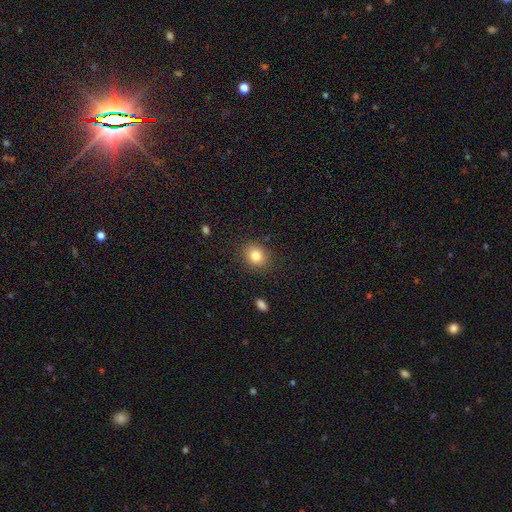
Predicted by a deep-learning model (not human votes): smooth_or_featured: smooth (p=0.82) [alt: star or artifact p=0.11]
how_rounded: round (p=0.66) [alt: in between p=0.33]
merging: none (p=0.87) [alt: minor disturbance p=0.09]